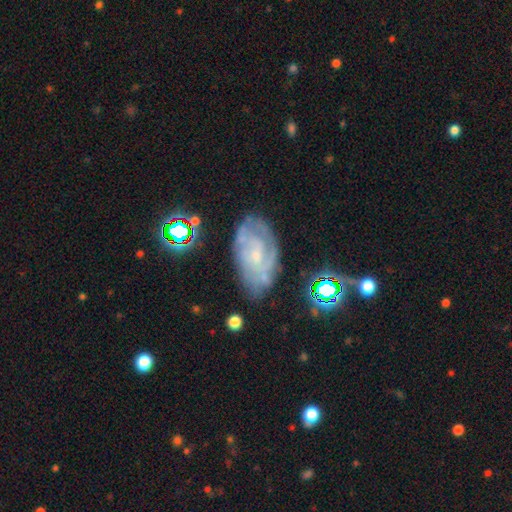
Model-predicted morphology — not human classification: type=featured or disk (74%); edge-on=no (95%); bar=no (61%); spiral arms=yes (87%); winding=tight (57%); arm count=can't tell (43%); bulge=small (73%); merging=none (65%).